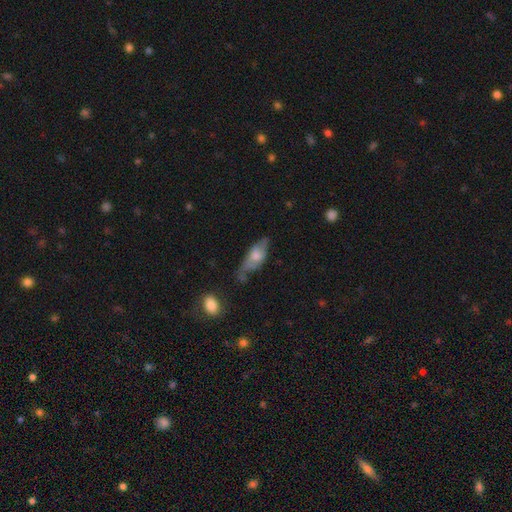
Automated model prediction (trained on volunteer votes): The model was most divided on "smooth or featured": featured or disk: 47%, smooth: 45%, star or artifact: 8%. Remaining: merging — none (48%).